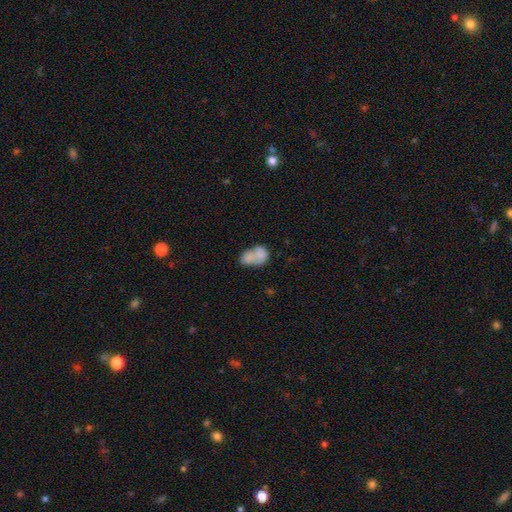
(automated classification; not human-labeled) Q: Smooth or featured?
A: smooth (75%); runner-up: featured or disk (17%)
Q: How rounded?
A: in between (70%); runner-up: round (29%)
Q: Merging?
A: merger (68%); runner-up: none (18%)